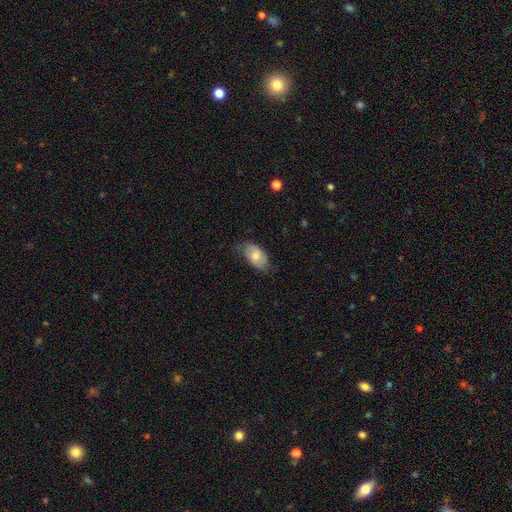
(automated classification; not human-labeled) Smooth or featured? Predicted: smooth (p=0.60). How rounded? Predicted: in between (p=0.92). Merging? Predicted: none (p=0.66).